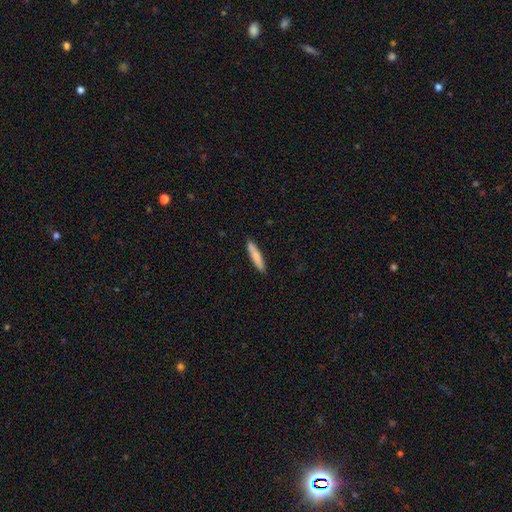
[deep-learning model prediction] smooth_or_featured: smooth (p=0.81) [alt: featured or disk p=0.14]
how_rounded: cigar-shaped (p=0.88) [alt: in between p=0.10]
merging: none (p=0.90) [alt: minor disturbance p=0.07]